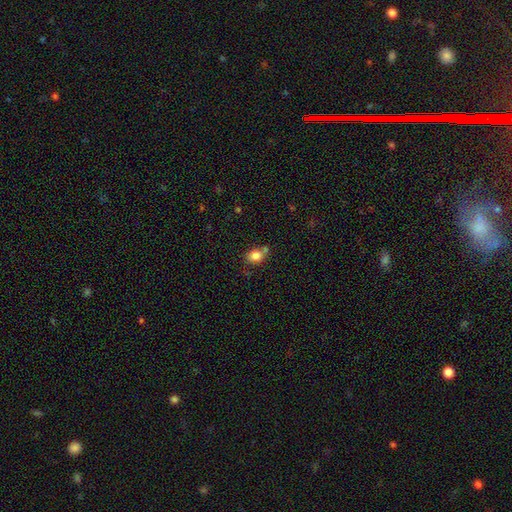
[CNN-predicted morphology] A smooth galaxy with no disk features (83%) that is in between round and cigar-shaped (52%). Merging: none (65%).